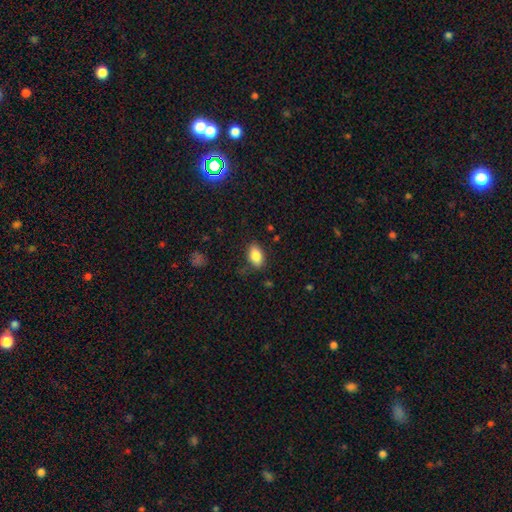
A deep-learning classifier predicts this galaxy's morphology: This appears to be a smooth galaxy with no disk features (86%) that is in between round and cigar-shaped (91%). Merging: none (81%).